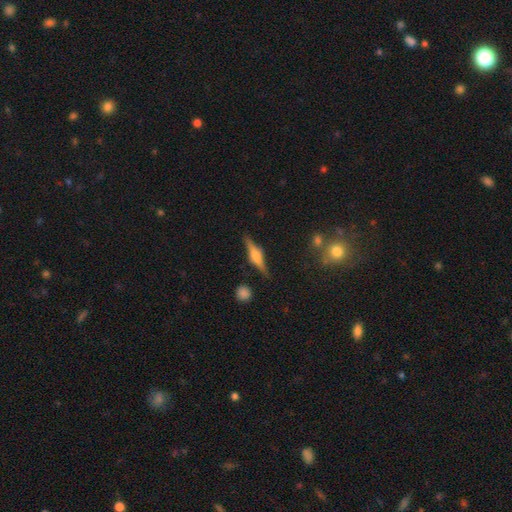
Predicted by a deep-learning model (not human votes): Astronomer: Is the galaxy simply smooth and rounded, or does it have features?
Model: featured or disk — 73%.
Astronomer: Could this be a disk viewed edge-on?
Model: yes — 97%.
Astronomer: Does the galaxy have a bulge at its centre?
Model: rounded — 83%.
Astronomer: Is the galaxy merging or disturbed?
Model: none — 86%.